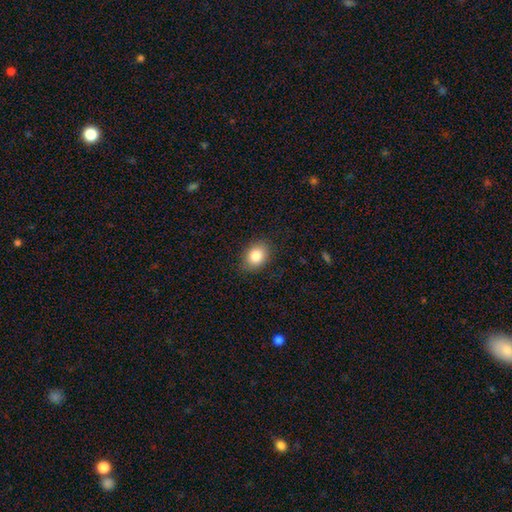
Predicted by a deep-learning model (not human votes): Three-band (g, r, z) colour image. It shows a smooth galaxy with no disk features (84%) that is in between round and cigar-shaped (66%). Merging: none (85%).